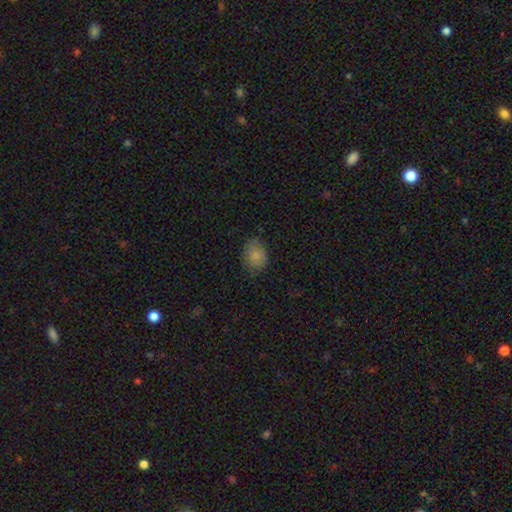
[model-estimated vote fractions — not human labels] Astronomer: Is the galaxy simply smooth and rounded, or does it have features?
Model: smooth — 82%.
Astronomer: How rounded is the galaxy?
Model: in between — 66%.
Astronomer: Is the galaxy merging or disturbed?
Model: none — 69%.